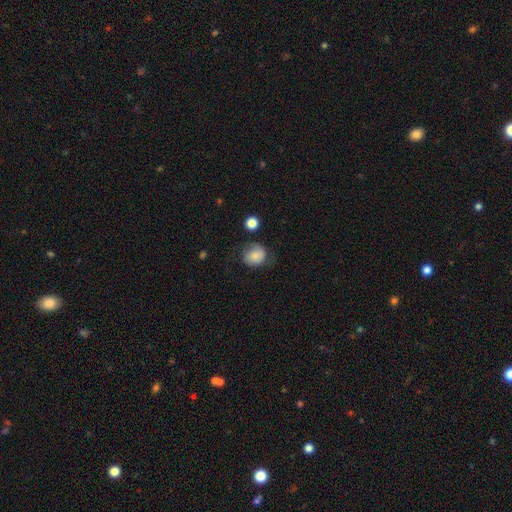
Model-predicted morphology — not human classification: Overall: smooth (75%). How rounded: round (64%; in between 35%). Merging: none (58%; minor disturbance 28%).